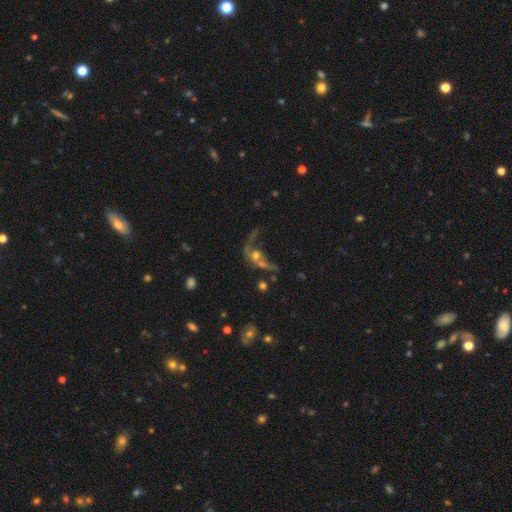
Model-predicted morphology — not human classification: Overall: featured or disk (46%; smooth 37%). Merging: merger (49%; major disturbance 25%).